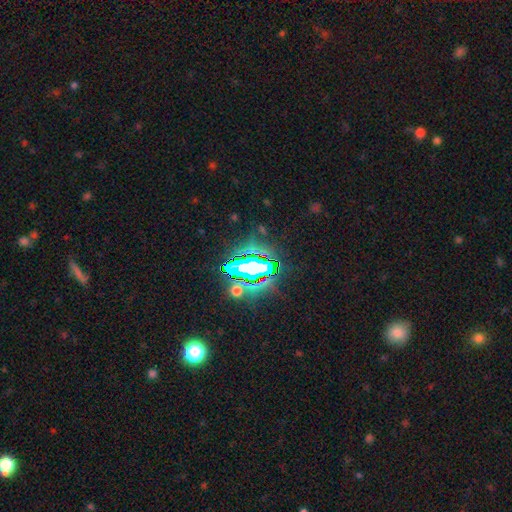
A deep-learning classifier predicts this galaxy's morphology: Smooth or featured? star or artifact (78%)